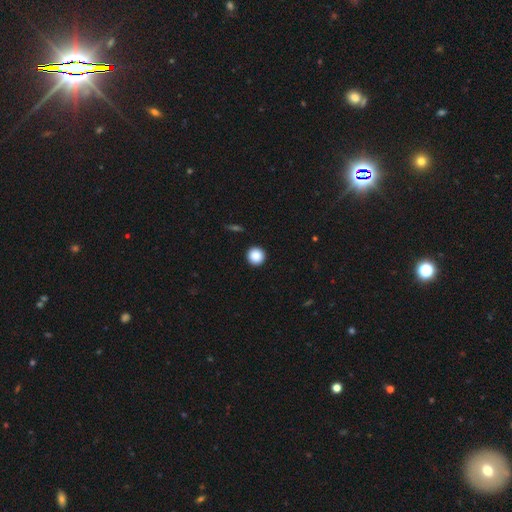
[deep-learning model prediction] Q: Smooth or featured?
A: smooth (87%); runner-up: star or artifact (9%)
Q: How rounded?
A: round (96%); runner-up: in between (3%)
Q: Merging?
A: none (94%); runner-up: minor disturbance (4%)